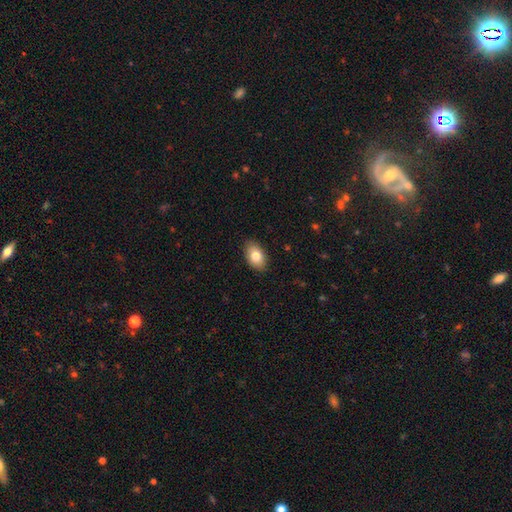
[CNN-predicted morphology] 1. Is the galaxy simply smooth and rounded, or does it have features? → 81% smooth, 12% featured or disk, 7% star or artifact.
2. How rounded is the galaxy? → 90% in between, 9% round, 1% cigar-shaped.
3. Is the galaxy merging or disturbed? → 87% none, 10% minor disturbance, 2% major disturbance, 1% merger.